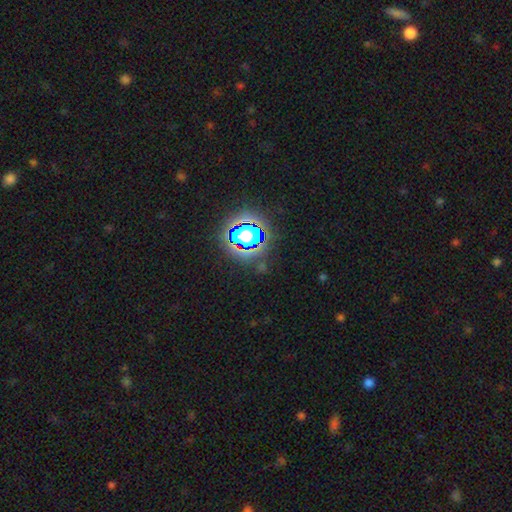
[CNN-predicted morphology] Smooth or featured?
  - star or artifact: 79% *
  - smooth: 14%
  - featured or disk: 7%